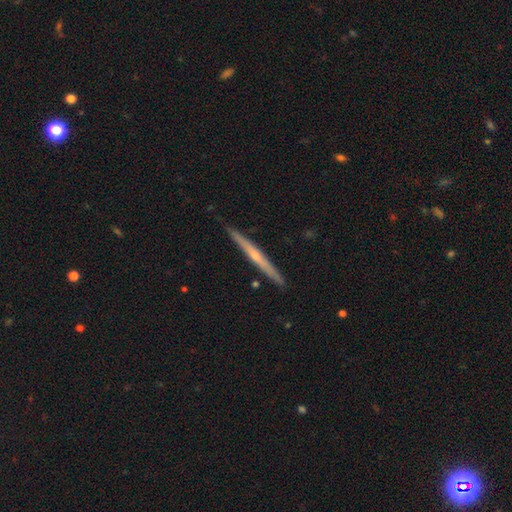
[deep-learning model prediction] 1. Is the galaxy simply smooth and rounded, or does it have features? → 65% featured or disk, 30% smooth, 5% star or artifact.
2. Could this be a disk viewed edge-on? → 98% yes, 2% no.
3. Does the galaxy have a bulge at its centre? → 52% rounded, 44% none, 4% boxy.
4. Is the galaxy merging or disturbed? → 90% none, 7% minor disturbance, 1% merger, 1% major disturbance.